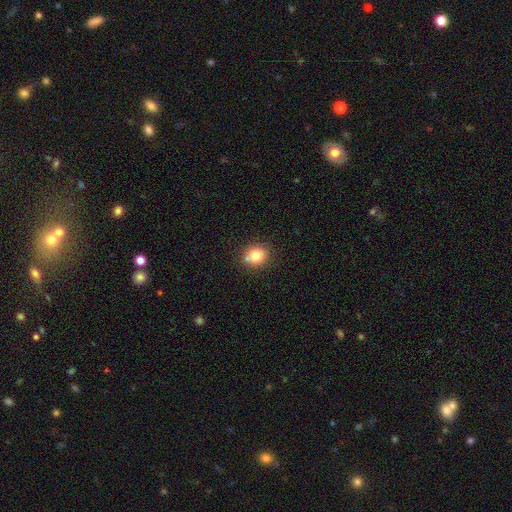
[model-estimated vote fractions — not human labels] A smooth galaxy with no disk features (78%) that is round (78%). Merging: none (71%).